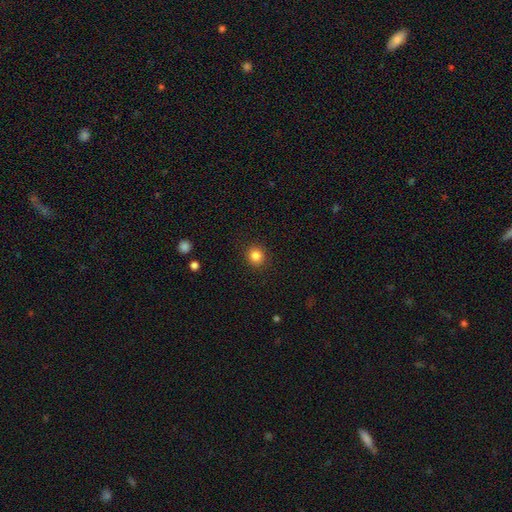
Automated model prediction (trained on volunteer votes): Smooth or featured?
  - smooth: 85% *
  - star or artifact: 11%
  - featured or disk: 5%
How rounded?
  - round: 87% *
  - in between: 12%
  - cigar-shaped: 1%
Merging?
  - none: 91% *
  - minor disturbance: 6%
  - major disturbance: 2%
  - merger: 1%